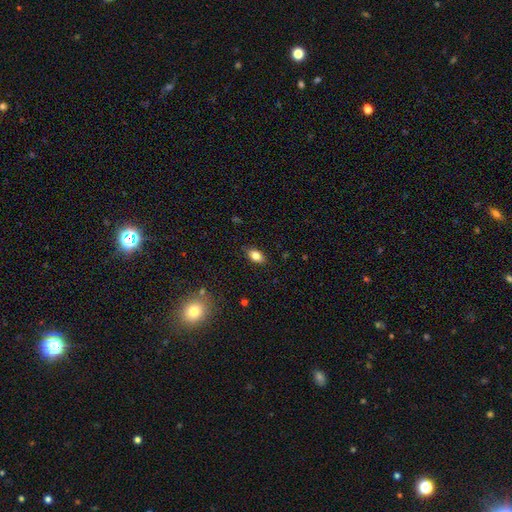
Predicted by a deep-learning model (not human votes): A smooth galaxy with no disk features (81%) that is in between round and cigar-shaped (89%).

Vote fractions:
- Smooth or featured? smooth: 81% / featured or disk: 10% / star or artifact: 9%
- How rounded? in between: 89% / round: 7% / cigar-shaped: 4%
- Merging? none: 86% / minor disturbance: 11% / major disturbance: 2% / merger: 1%